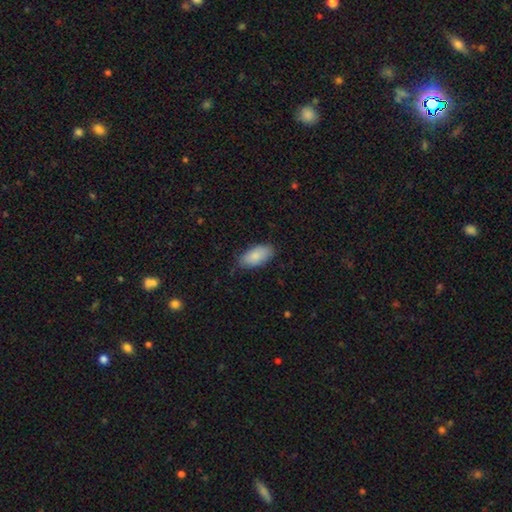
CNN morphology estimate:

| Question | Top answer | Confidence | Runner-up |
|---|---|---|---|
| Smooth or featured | smooth | 86% | featured or disk (8%) |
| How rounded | in between | 92% | cigar-shaped (5%) |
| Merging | none | 81% | minor disturbance (15%) |